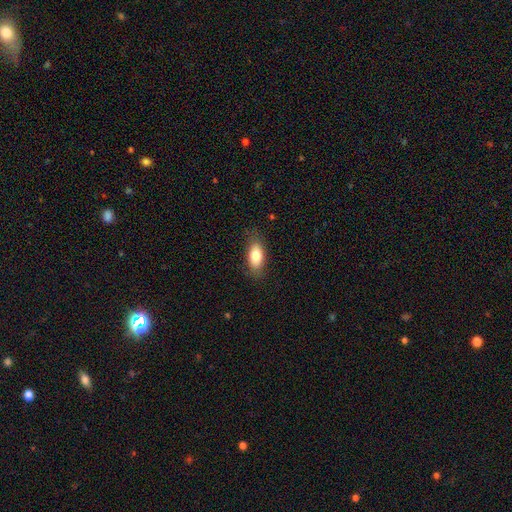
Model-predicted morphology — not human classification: Smooth or featured? Predicted: smooth (p=0.81). How rounded? Predicted: in between (p=0.88). Merging? Predicted: none (p=0.82).